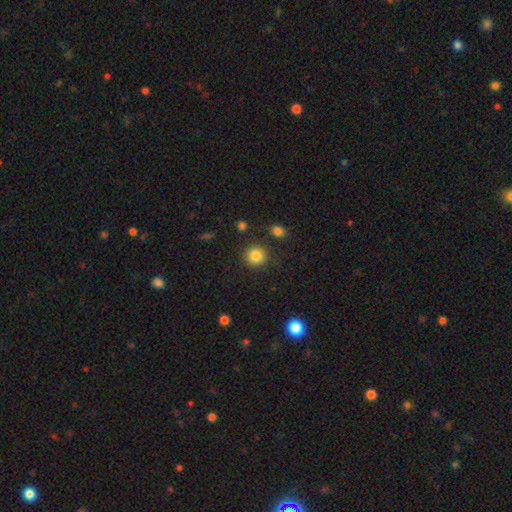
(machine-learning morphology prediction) A smooth galaxy with no disk features (85%) that is round (91%).

Vote fractions:
- Smooth or featured? smooth: 85% / star or artifact: 10% / featured or disk: 5%
- How rounded? round: 91% / in between: 8% / cigar-shaped: 1%
- Merging? none: 88% / minor disturbance: 7% / merger: 3% / major disturbance: 3%